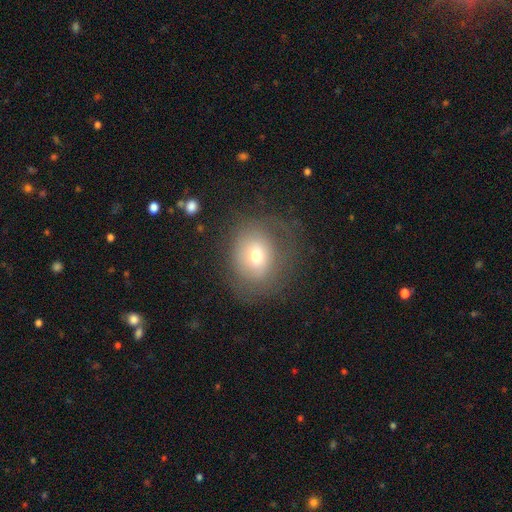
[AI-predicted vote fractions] smooth_or_featured: smooth (p=0.61) [alt: featured or disk p=0.27]
how_rounded: round (p=0.63) [alt: in between p=0.36]
merging: none (p=0.63) [alt: minor disturbance p=0.21]